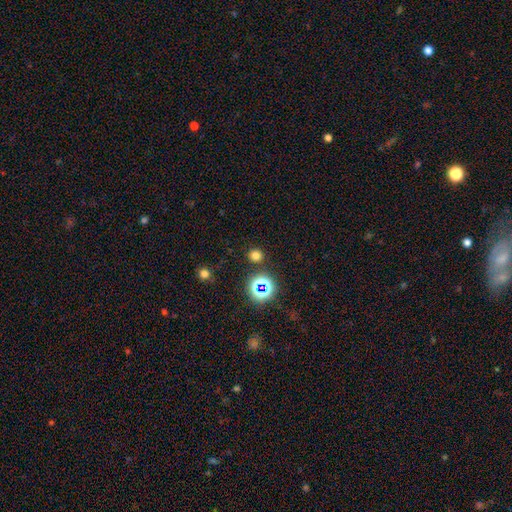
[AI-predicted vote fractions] Overall: smooth (70%). How rounded: round (90%). Merging: none (87%).